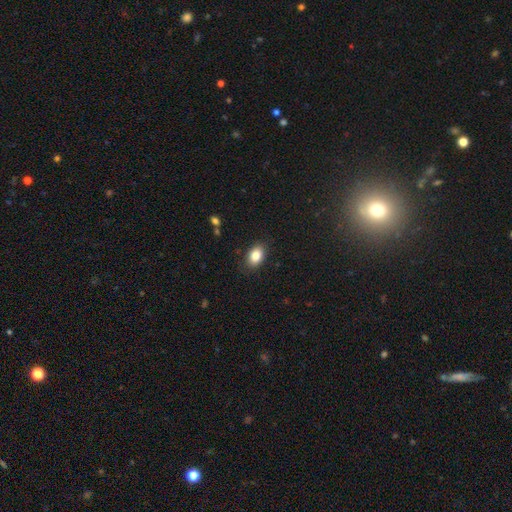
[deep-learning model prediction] A smooth galaxy with no disk features (85%) that is in between round and cigar-shaped (86%).

Vote fractions:
- Smooth or featured? smooth: 85% / star or artifact: 8% / featured or disk: 7%
- How rounded? in between: 86% / round: 13% / cigar-shaped: 1%
- Merging? none: 86% / minor disturbance: 10% / major disturbance: 3% / merger: 1%